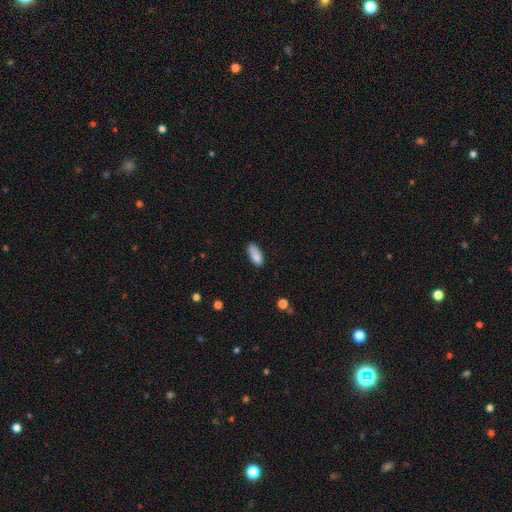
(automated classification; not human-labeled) smooth-or-featured: smooth: 87% | star or artifact: 8% | featured or disk: 5%
  how-rounded: in between: 86% | cigar-shaped: 12% | round: 2%
  merging: none: 71% | minor disturbance: 22% | major disturbance: 4% | merger: 2%